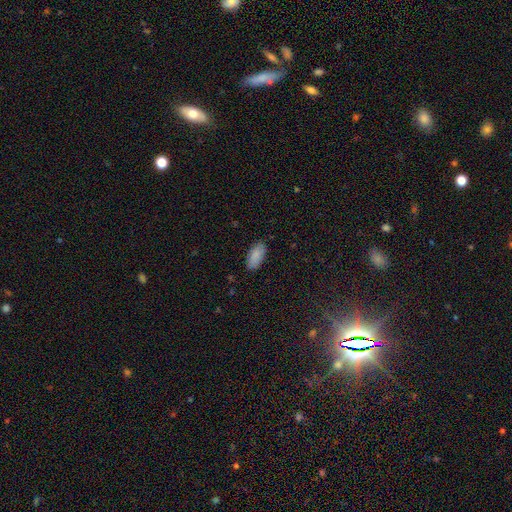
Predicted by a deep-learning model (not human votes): This appears to be a smooth galaxy with no disk features (87%) that is in between round and cigar-shaped (91%). Merging: none (84%).